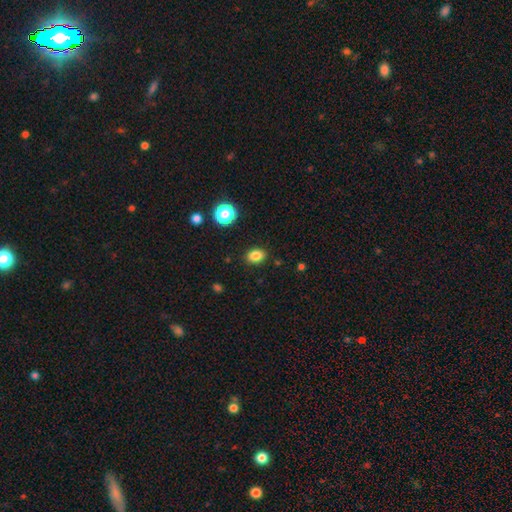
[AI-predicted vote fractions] Morphology: type=smooth (84%); roundness=in between (70%); merging=none (87%).